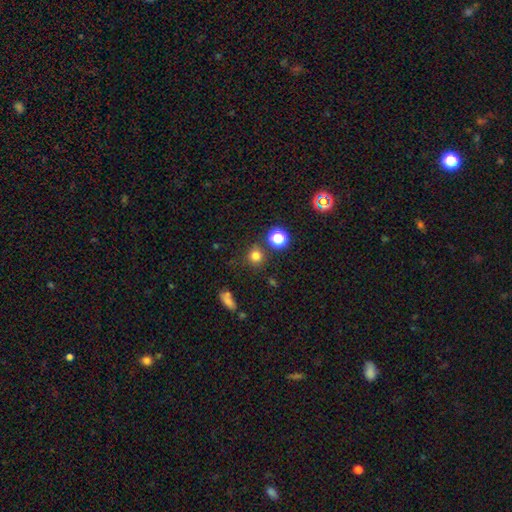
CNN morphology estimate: This is likely a smooth galaxy (75%). How rounded: clearly round (90%). Merging: likely none (80%).